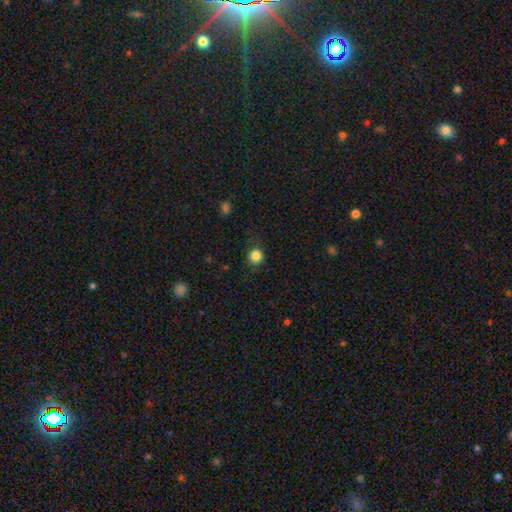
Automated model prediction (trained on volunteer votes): smooth-or-featured: smooth: 84% | star or artifact: 11% | featured or disk: 5%
  how-rounded: round: 88% | in between: 11% | cigar-shaped: 1%
  merging: none: 82% | minor disturbance: 13% | major disturbance: 4% | merger: 1%